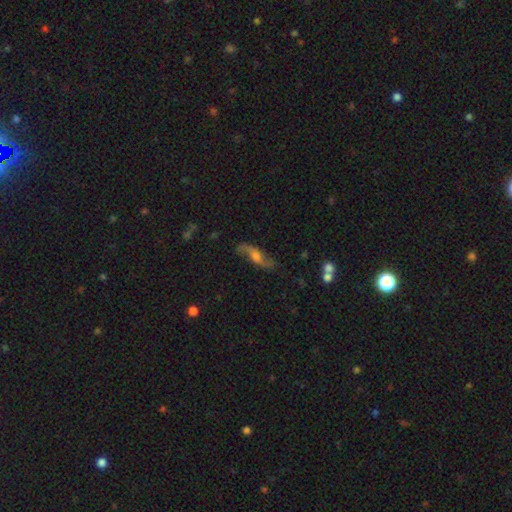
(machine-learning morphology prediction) This is clearly a featured or disk galaxy (80%). It is clearly not viewed edge-on (84%). Bar: possibly no (51%). Spiral arm pattern: clearly yes (94%). Spiral arm count: clearly 2 (93%). Spiral winding: clearly loose (82%). Central bulge: possibly moderate (46%). Merging: likely none (78%).